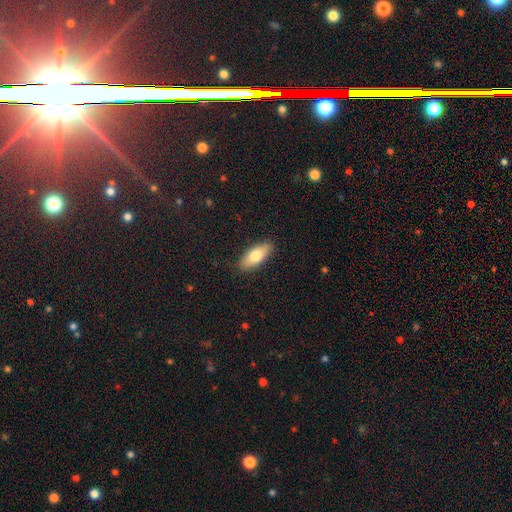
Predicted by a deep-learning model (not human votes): Smooth or featured?
  - smooth: 74% *
  - featured or disk: 20%
  - star or artifact: 6%
How rounded?
  - in between: 77% *
  - cigar-shaped: 21%
  - round: 3%
Merging?
  - none: 88% *
  - minor disturbance: 9%
  - major disturbance: 2%
  - merger: 1%